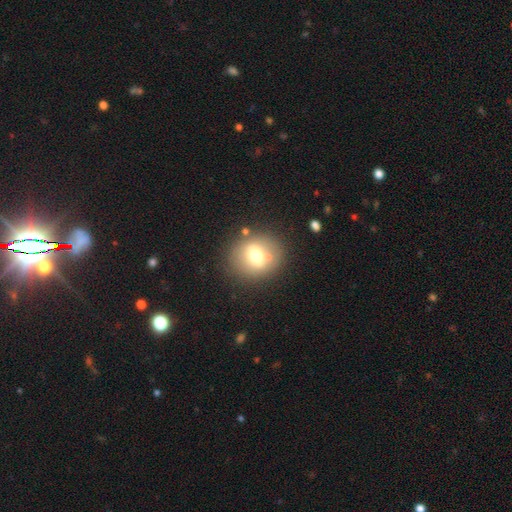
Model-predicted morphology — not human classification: A smooth galaxy with no disk features (57%) that is round (79%). Merging: none (74%).